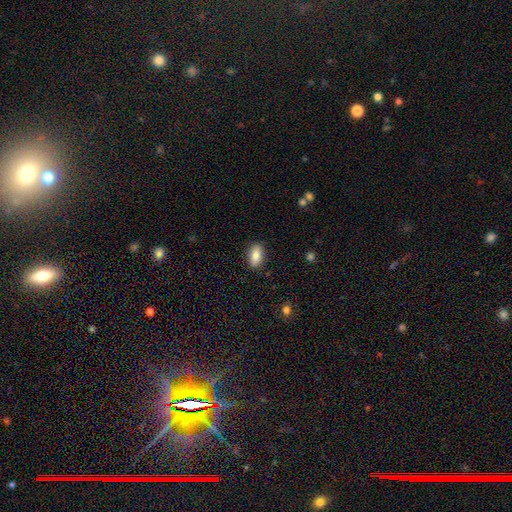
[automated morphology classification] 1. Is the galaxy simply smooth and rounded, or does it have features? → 87% smooth, 7% star or artifact, 6% featured or disk.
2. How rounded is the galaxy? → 87% in between, 9% cigar-shaped, 3% round.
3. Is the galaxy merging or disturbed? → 88% none, 9% minor disturbance, 2% major disturbance, 1% merger.